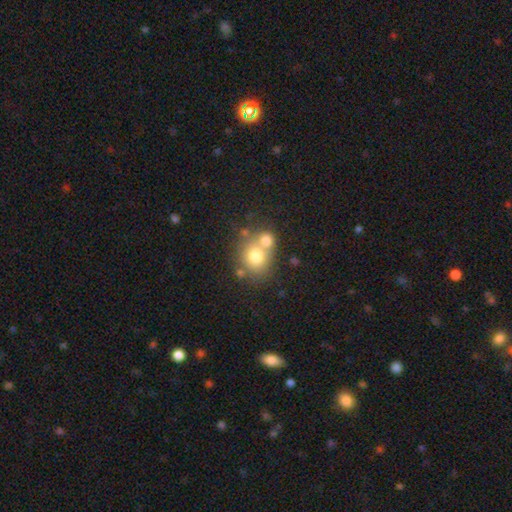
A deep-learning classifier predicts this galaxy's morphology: smooth 71%, featured or disk 17%, star or artifact 12%. Down the decision tree: how rounded — round (76%); merging — merger (47%).